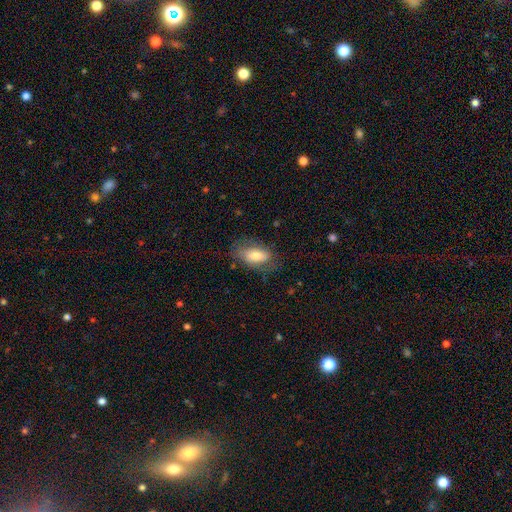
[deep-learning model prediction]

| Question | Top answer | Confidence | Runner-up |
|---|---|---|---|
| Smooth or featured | smooth | 67% | featured or disk (26%) |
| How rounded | in between | 90% | cigar-shaped (5%) |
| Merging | none | 67% | minor disturbance (21%) |